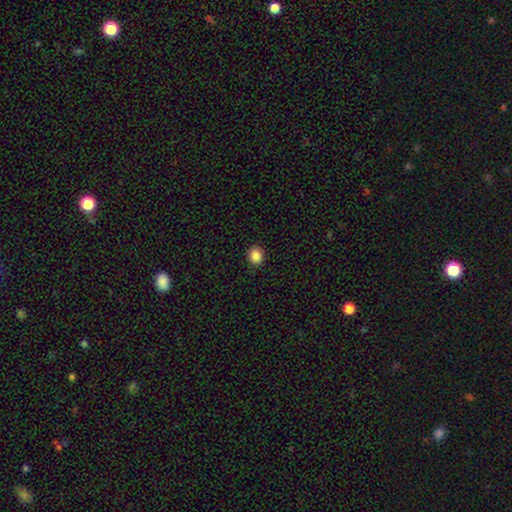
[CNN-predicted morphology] A smooth galaxy with no disk features (87%) that is round (68%).

Vote fractions:
- Smooth or featured? smooth: 87% / star or artifact: 10% / featured or disk: 3%
- How rounded? round: 68% / in between: 31% / cigar-shaped: 1%
- Merging? none: 89% / minor disturbance: 8% / major disturbance: 2% / merger: 1%